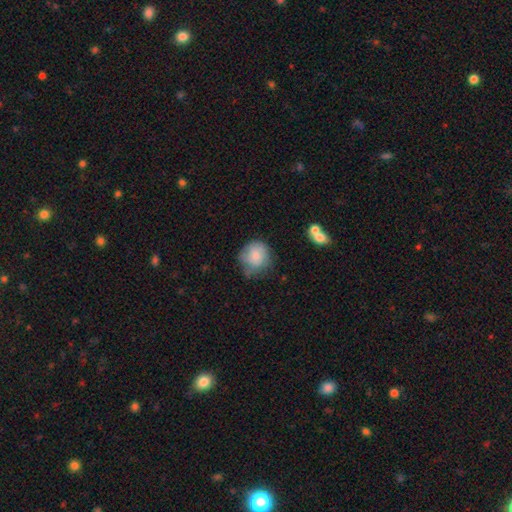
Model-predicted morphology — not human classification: This appears to be a smooth galaxy with no disk features (81%) that is round (83%). Merging: none (52%).